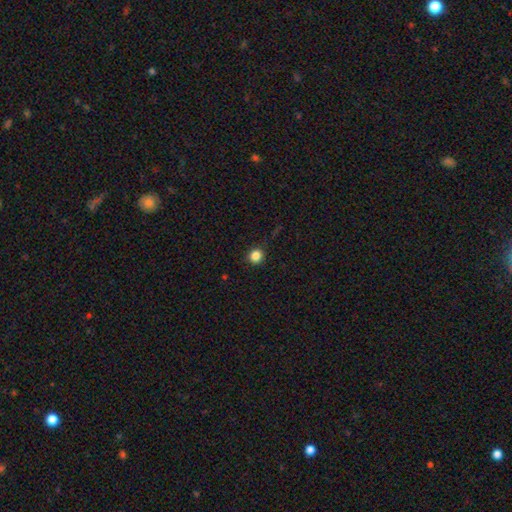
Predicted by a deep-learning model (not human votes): A smooth galaxy with no disk features (85%) that is round (92%). Merging: none (90%).